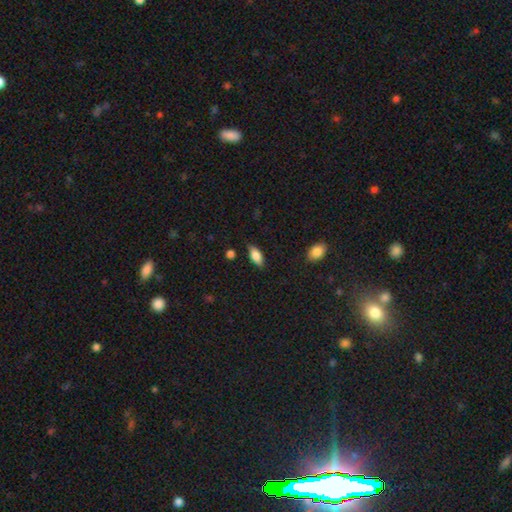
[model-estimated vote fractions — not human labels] smooth-or-featured: smooth: 80% | featured or disk: 13% | star or artifact: 7%
  how-rounded: in between: 84% | cigar-shaped: 13% | round: 3%
  merging: none: 82% | minor disturbance: 14% | major disturbance: 3% | merger: 2%